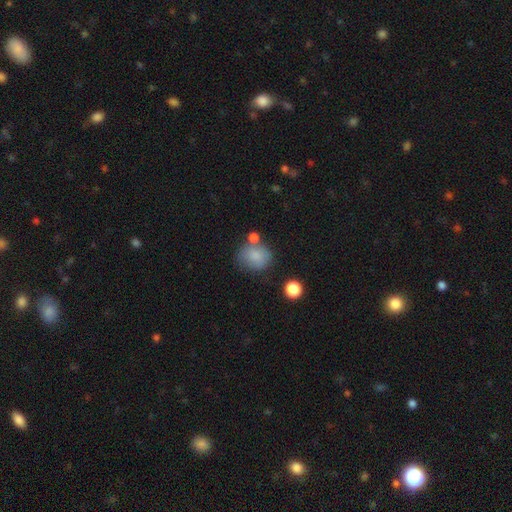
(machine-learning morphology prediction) Smooth or featured?
  - smooth: 80% *
  - featured or disk: 11%
  - star or artifact: 9%
How rounded?
  - round: 67% *
  - in between: 32%
  - cigar-shaped: 1%
Merging?
  - none: 55% *
  - minor disturbance: 20%
  - merger: 17%
  - major disturbance: 8%